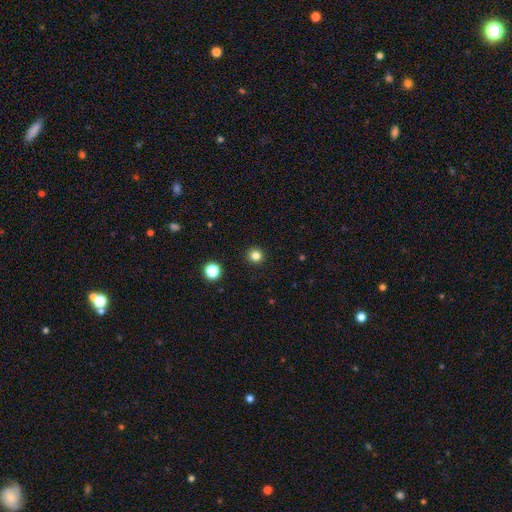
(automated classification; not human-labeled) A smooth galaxy with no disk features (82%) that is round (94%). Merging: none (93%).